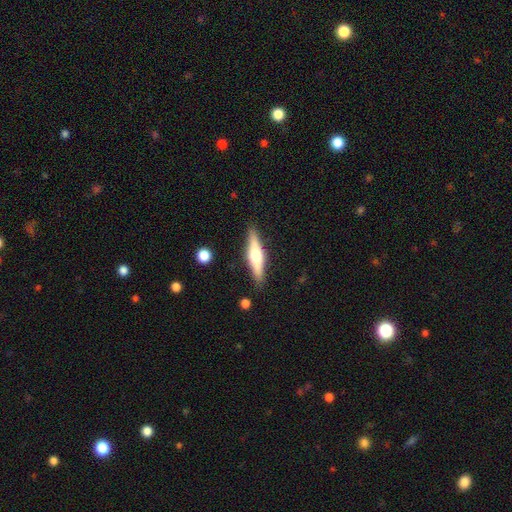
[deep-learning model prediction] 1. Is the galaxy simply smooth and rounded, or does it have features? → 56% featured or disk, 39% smooth, 6% star or artifact.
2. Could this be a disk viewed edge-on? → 94% yes, 6% no.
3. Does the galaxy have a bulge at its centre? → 91% rounded, 6% boxy, 3% none.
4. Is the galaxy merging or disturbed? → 88% none, 9% minor disturbance, 2% major disturbance, 2% merger.